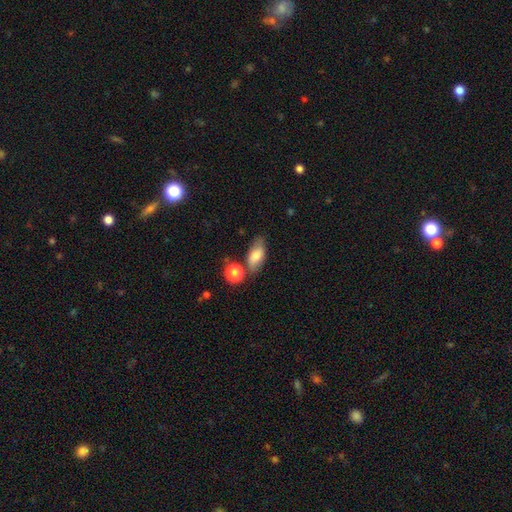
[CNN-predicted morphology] Smooth or featured: smooth — 73% (featured or disk — 18%)
How rounded: in between — 85% (cigar-shaped — 8%)
Merging: none — 70% (minor disturbance — 16%)